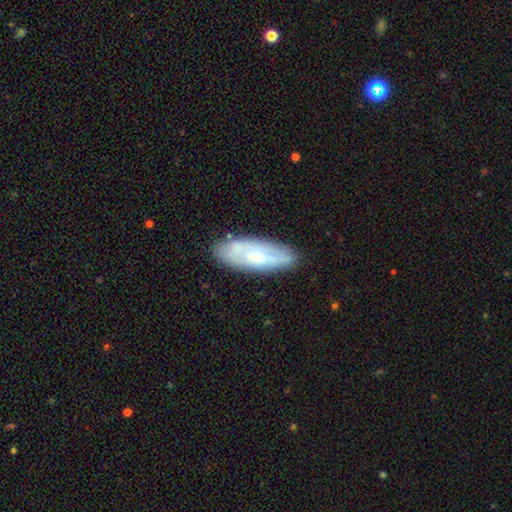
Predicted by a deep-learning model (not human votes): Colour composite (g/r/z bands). It shows a smooth galaxy with no disk features (50%). Merging: none (77%).